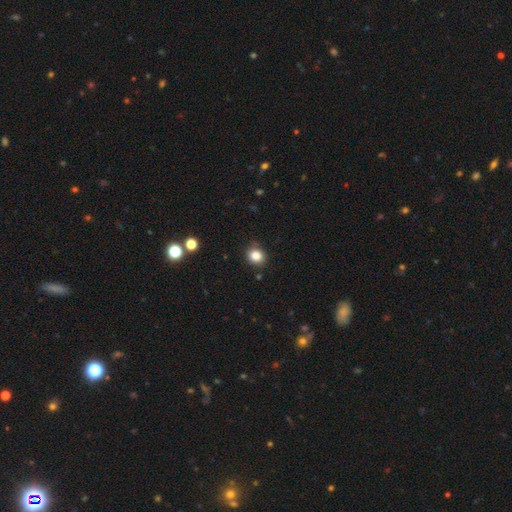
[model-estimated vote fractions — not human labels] A smooth galaxy with no disk features (84%) that is round (76%). Merging: none (82%).